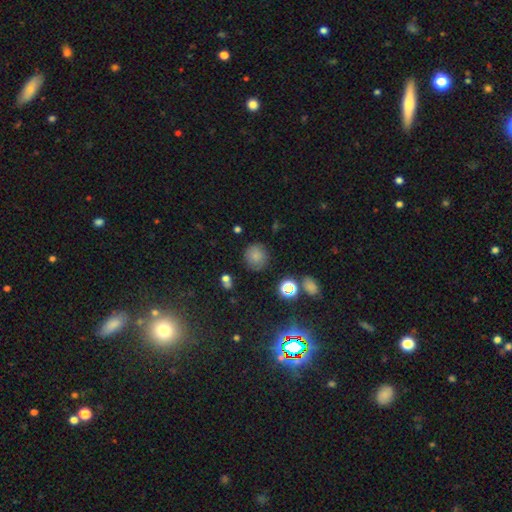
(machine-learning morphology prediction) The model was most divided on "smooth or featured": smooth: 76%, star or artifact: 15%, featured or disk: 9%. More confident: how rounded — round (90%); merging — none (82%).